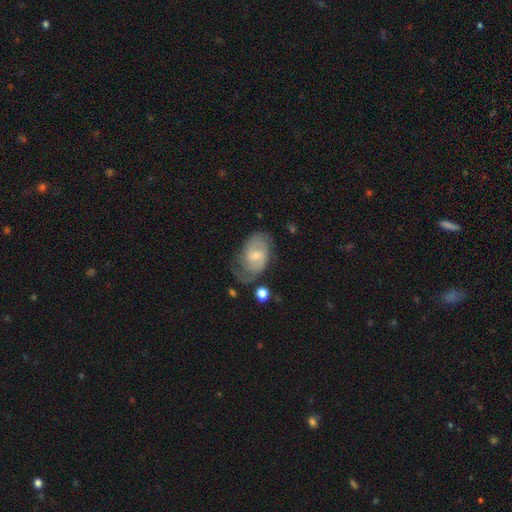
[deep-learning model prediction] Smooth or featured? Predicted: featured or disk (p=0.68). Edge-on disk? Predicted: no (p=0.96). Bar? Predicted: weak (p=0.47). Spiral arms? Predicted: yes (p=0.89). Spiral winding? Predicted: medium (p=0.44). Spiral arm count? Predicted: 2 (p=0.66). Bulge size? Predicted: small (p=0.46, tied with moderate). Merging? Predicted: none (p=0.53).